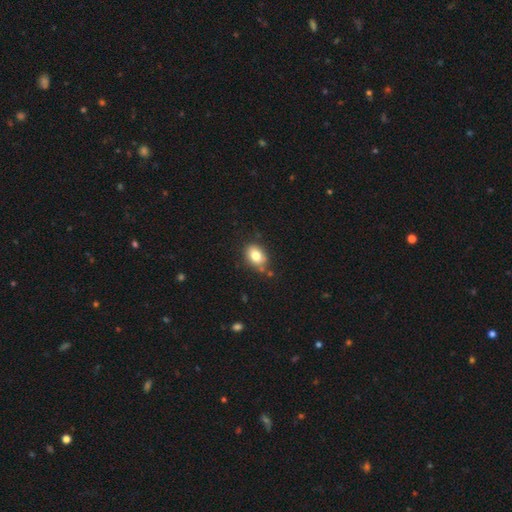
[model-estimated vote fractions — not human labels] Smooth or featured: smooth — 80% (featured or disk — 10%)
How rounded: in between — 72% (round — 27%)
Merging: none — 75% (minor disturbance — 16%)